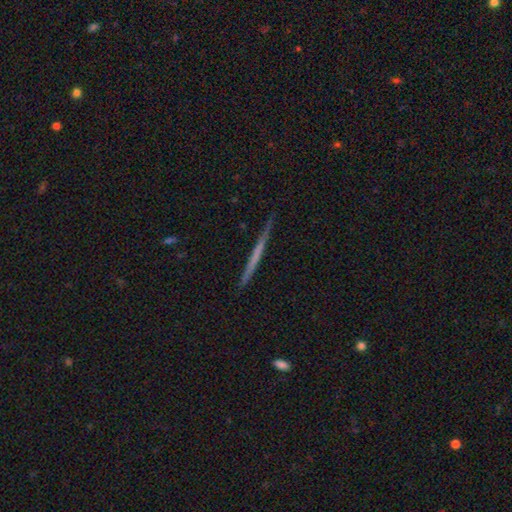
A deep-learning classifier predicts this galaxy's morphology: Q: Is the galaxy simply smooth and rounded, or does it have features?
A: featured or disk — 52%.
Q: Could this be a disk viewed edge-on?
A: yes — 97%.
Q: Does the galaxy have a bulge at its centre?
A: none — 92%.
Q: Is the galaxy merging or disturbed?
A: none — 90%.